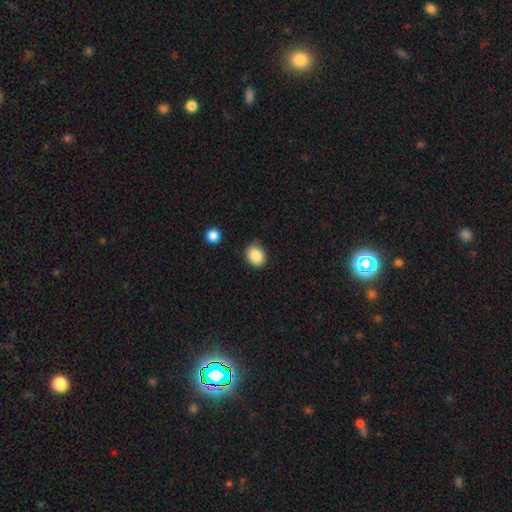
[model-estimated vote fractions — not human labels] This appears to be a smooth galaxy with no disk features (85%) that is round (65%). Merging: none (83%).